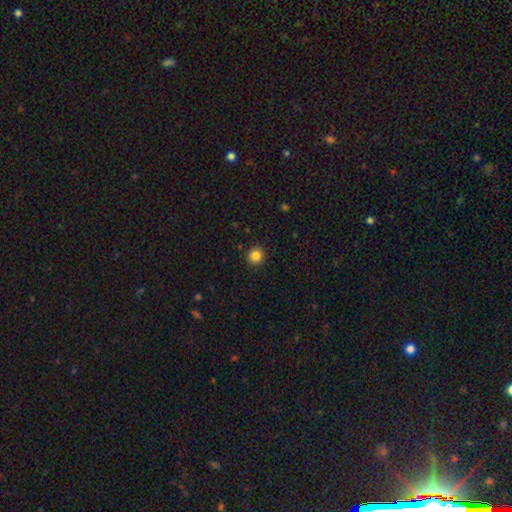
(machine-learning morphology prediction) This appears to be a smooth galaxy with no disk features (85%) that is round (92%). Merging: none (91%).